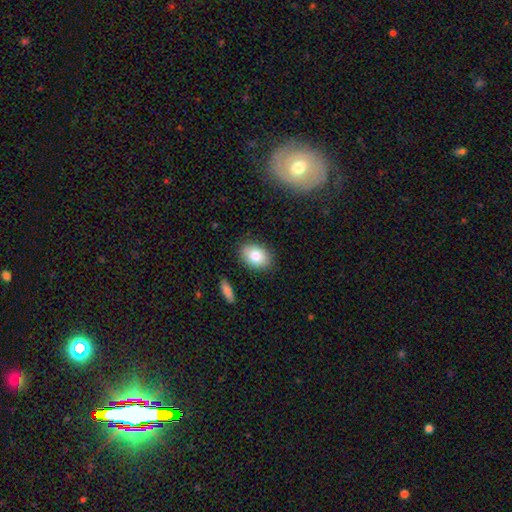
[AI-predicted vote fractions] Q: Smooth or featured?
A: smooth (81%); runner-up: featured or disk (11%)
Q: How rounded?
A: in between (78%); runner-up: round (21%)
Q: Merging?
A: none (86%); runner-up: minor disturbance (10%)